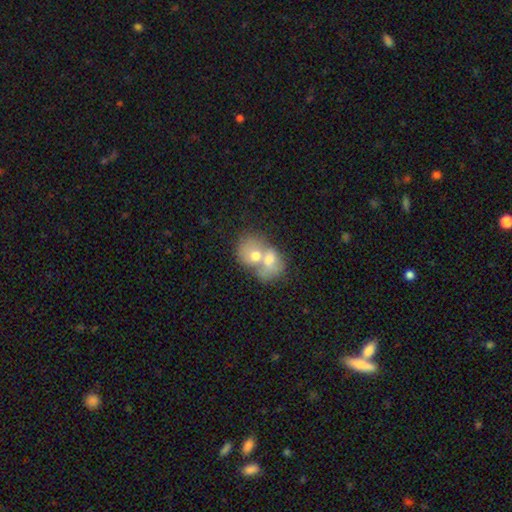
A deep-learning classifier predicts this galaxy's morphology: Smooth or featured?
  - smooth: 62% *
  - featured or disk: 31%
  - star or artifact: 8%
How rounded?
  - in between: 50% *
  - round: 49%
  - cigar-shaped: 1%
Merging?
  - merger: 79% *
  - none: 12%
  - minor disturbance: 5%
  - major disturbance: 4%